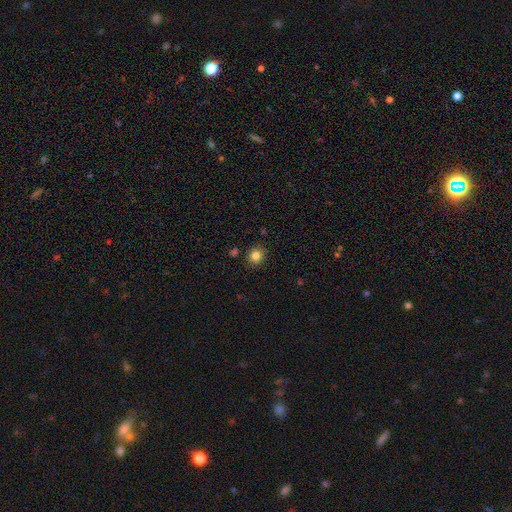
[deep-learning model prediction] Smooth or featured: smooth — 83% (star or artifact — 11%)
How rounded: round — 83% (in between — 16%)
Merging: none — 87% (minor disturbance — 8%)